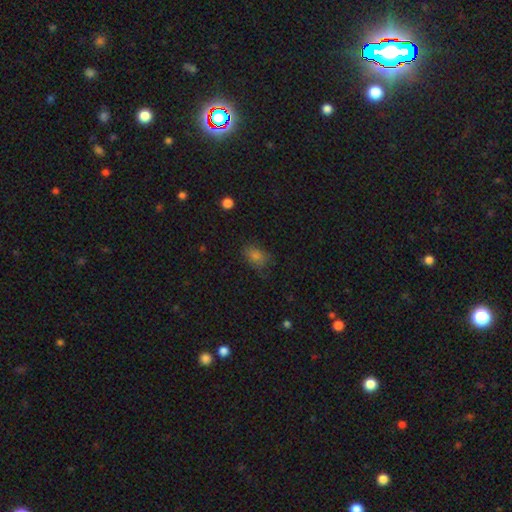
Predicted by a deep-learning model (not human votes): Overall: smooth (73%). How rounded: in between (75%). Merging: none (70%).